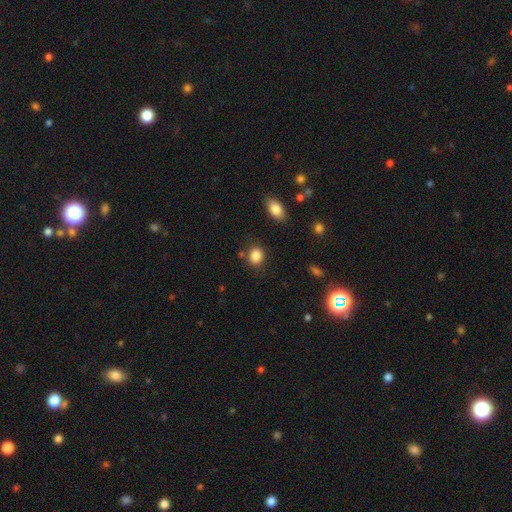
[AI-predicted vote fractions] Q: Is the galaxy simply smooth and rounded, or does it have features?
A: smooth — 86%.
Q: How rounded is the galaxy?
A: round — 51%.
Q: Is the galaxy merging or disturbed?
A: none — 81%.